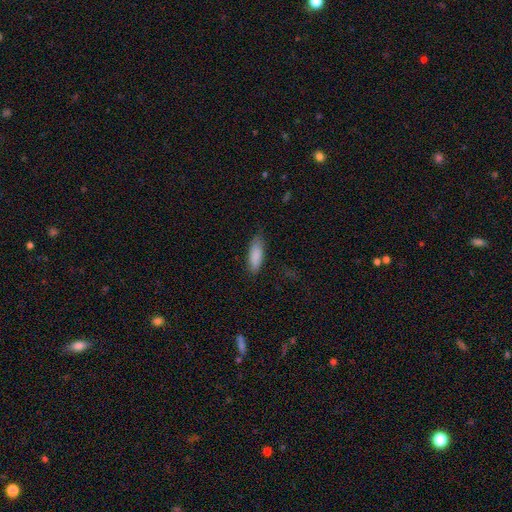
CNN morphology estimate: This appears to be a smooth galaxy with no disk features (88%) that is in between round and cigar-shaped (65%). Merging: none (76%).